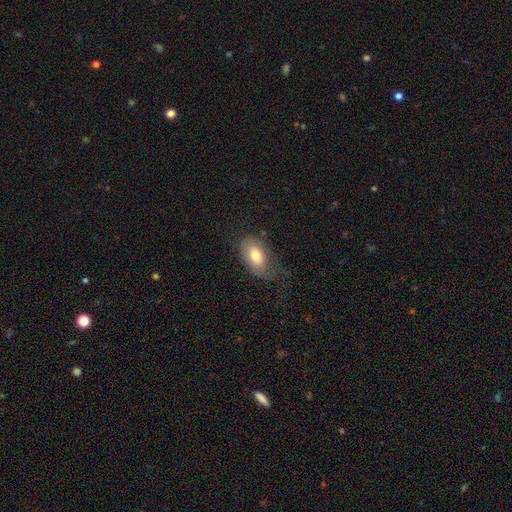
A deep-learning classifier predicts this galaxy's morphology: Overall: smooth (73%). How rounded: in between (92%). Merging: none (52%; minor disturbance 27%).